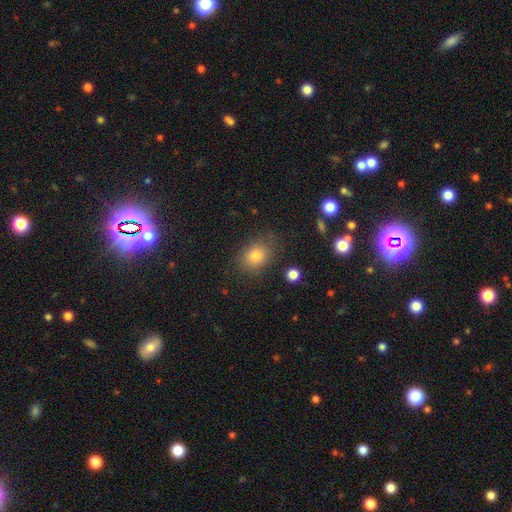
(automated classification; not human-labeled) Smooth or featured? Predicted: smooth (p=0.80). How rounded? Predicted: in between (p=0.55). Merging? Predicted: none (p=0.77).